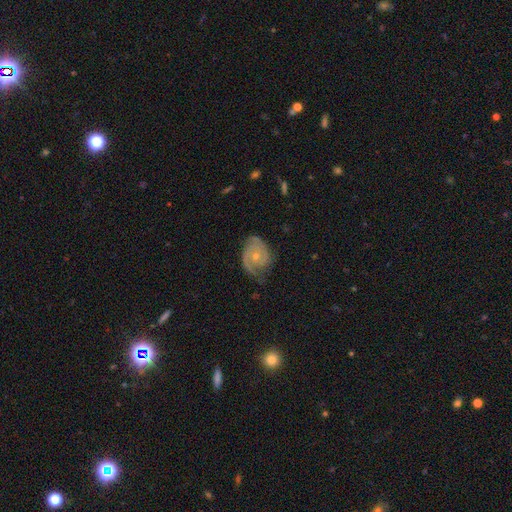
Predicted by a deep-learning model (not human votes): A featured or disk galaxy (85%) with no bar (74%), 2 (65%) tight (58%) spiral arms (96%) and a small central bulge (57%). Merging: none (69%).